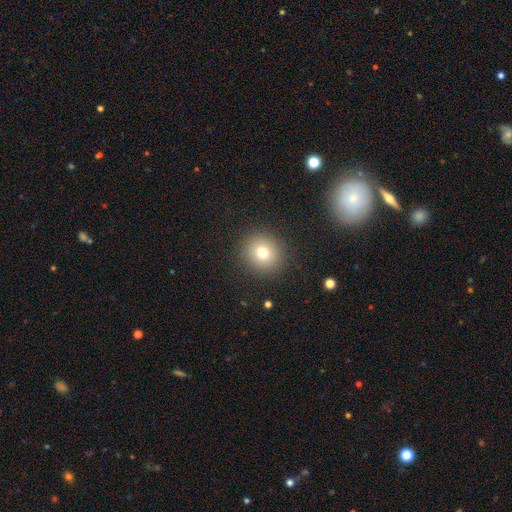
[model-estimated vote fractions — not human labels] Smooth or featured: smooth — 53% (star or artifact — 36%)
How rounded: round — 91% (in between — 7%)
Merging: none — 89% (minor disturbance — 6%)